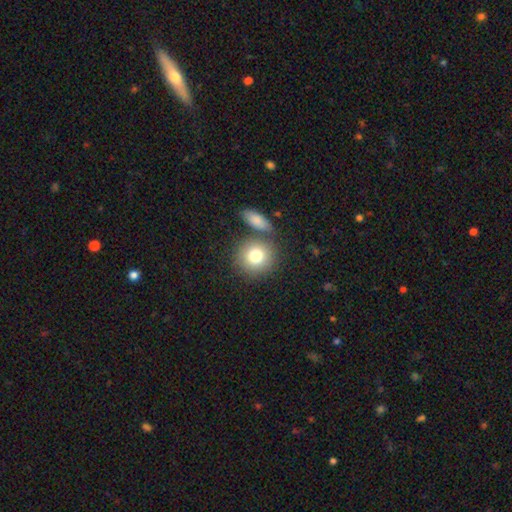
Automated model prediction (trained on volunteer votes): Smooth or featured? Predicted: smooth (p=0.78). How rounded? Predicted: round (p=0.88). Merging? Predicted: none (p=0.69).